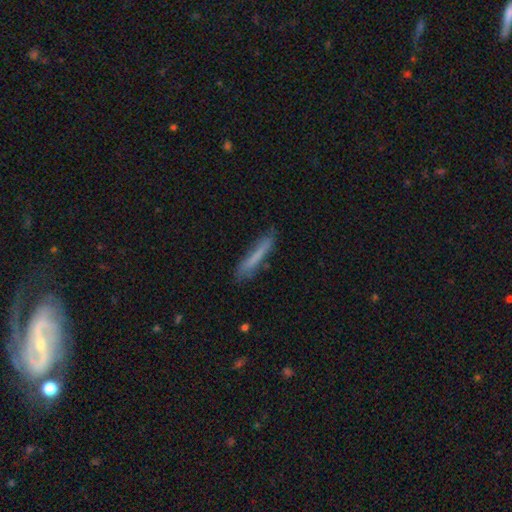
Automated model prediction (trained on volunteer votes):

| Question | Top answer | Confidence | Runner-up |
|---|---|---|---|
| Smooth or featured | smooth | 68% | featured or disk (24%) |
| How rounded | cigar-shaped | 93% | in between (5%) |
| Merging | none | 77% | minor disturbance (17%) |